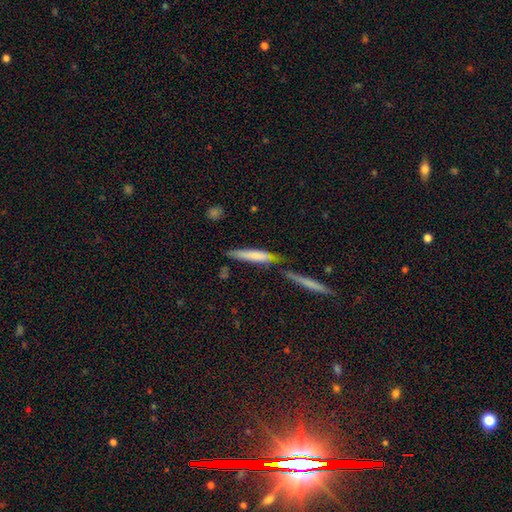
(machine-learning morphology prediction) Smooth or featured? Predicted: smooth (p=0.67). How rounded? Predicted: cigar-shaped (p=0.88). Merging? Predicted: none (p=0.50).